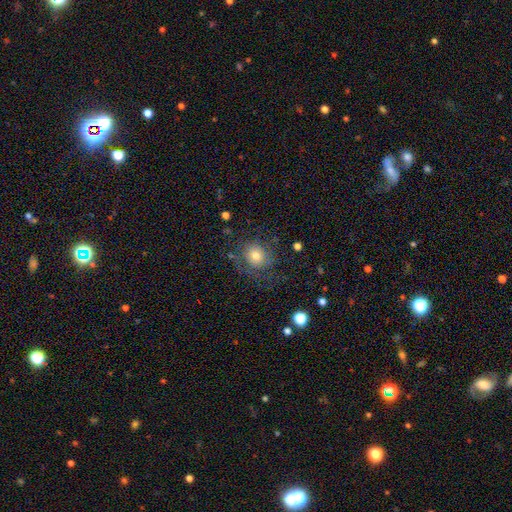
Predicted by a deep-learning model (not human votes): This is likely a smooth galaxy (69%). How rounded: clearly round (80%). Merging: likely none (66%).